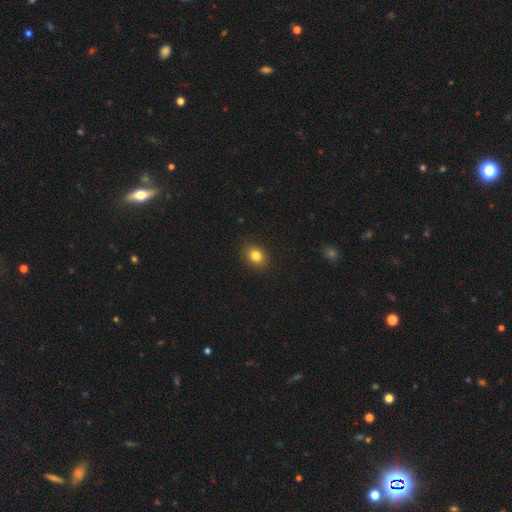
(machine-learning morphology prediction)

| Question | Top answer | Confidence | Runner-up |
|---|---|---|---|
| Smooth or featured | smooth | 83% | star or artifact (11%) |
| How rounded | in between | 55% | round (44%) |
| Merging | none | 89% | minor disturbance (8%) |